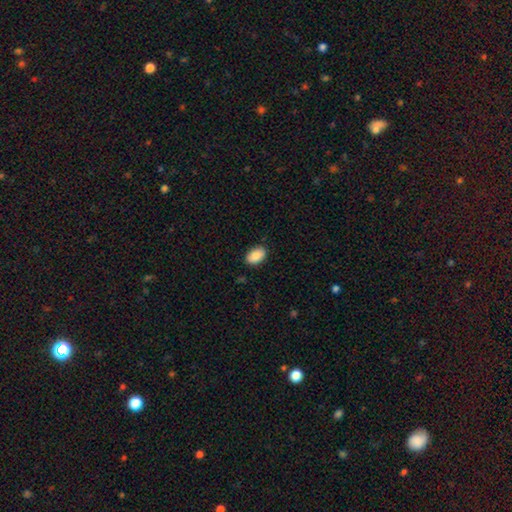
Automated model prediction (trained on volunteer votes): This is clearly a smooth galaxy (88%). How rounded: clearly in between (91%). Merging: clearly none (87%).